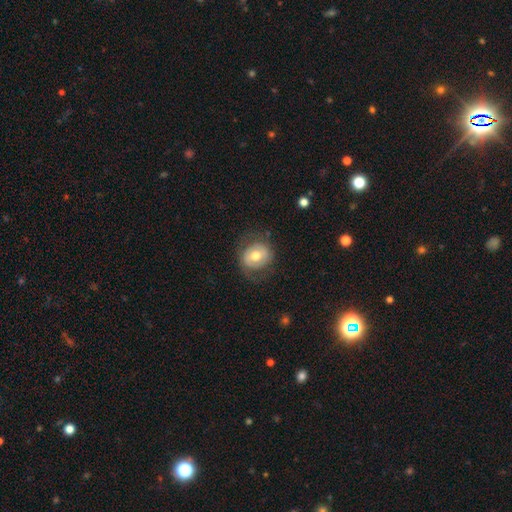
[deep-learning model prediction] smooth-or-featured: smooth: 52% | featured or disk: 41% | star or artifact: 7%
  how-rounded: round: 72% | in between: 27% | cigar-shaped: 1%
  merging: none: 70% | minor disturbance: 17% | major disturbance: 11% | merger: 1%